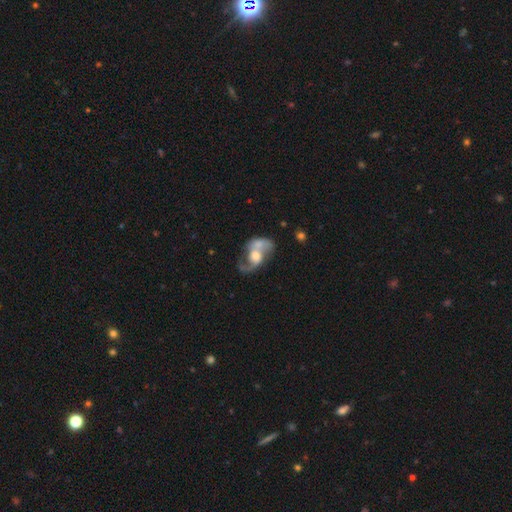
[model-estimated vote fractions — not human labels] A featured or disk galaxy (80%) with no bar (57%), 2 (86%) loose (61%) spiral arms (88%) and a moderate central bulge (60%). Merging: none (39%).